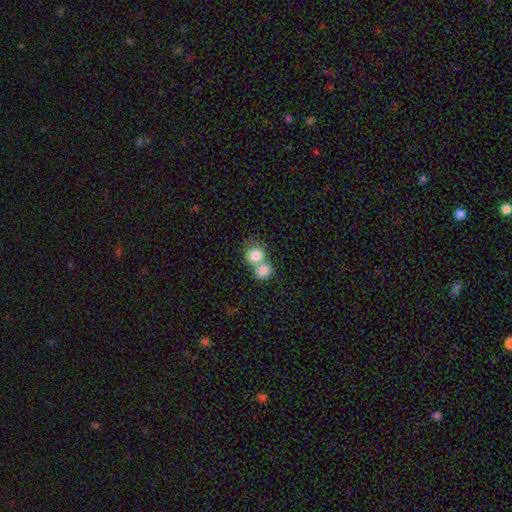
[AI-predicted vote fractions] smooth_or_featured: smooth (p=0.81) [alt: featured or disk p=0.11]
how_rounded: round (p=0.70) [alt: in between p=0.29]
merging: merger (p=0.65) [alt: none p=0.25]